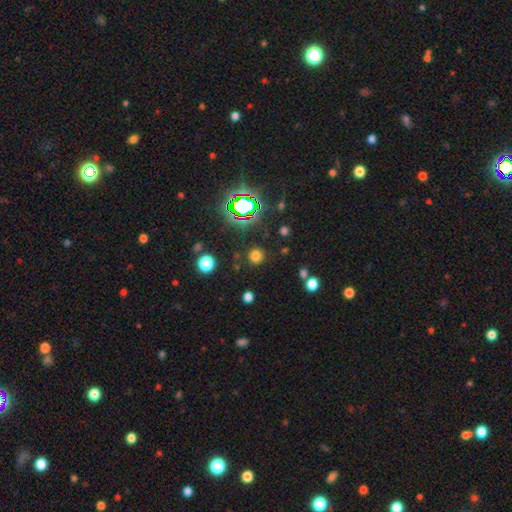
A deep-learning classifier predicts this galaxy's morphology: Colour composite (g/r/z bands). It shows a smooth galaxy with no disk features (69%) that is round (93%). Merging: none (87%).